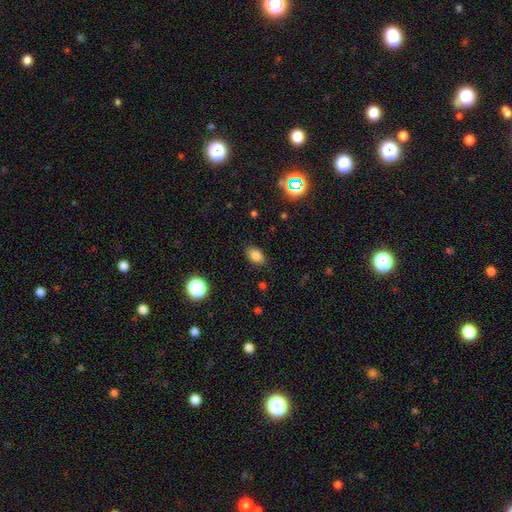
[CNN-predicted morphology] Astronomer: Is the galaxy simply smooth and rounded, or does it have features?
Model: smooth — 82%.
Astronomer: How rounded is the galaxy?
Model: in between — 84%.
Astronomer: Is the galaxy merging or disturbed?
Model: none — 86%.